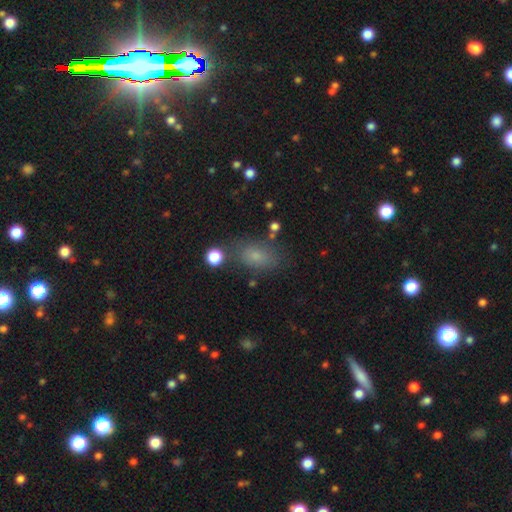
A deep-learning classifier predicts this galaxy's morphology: Smooth or featured? smooth (73%)
How rounded? in between (83%)
Merging? none (75%)